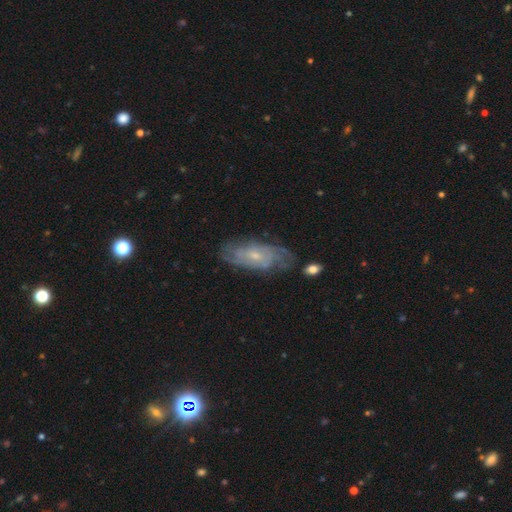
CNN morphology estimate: Smooth or featured? Predicted: featured or disk (p=0.75). Edge-on disk? Predicted: no (p=0.91). Bar? Predicted: no (p=0.68). Spiral arms? Predicted: yes (p=0.89). Spiral winding? Predicted: tight (p=0.60). Spiral arm count? Predicted: can't tell (p=0.52). Bulge size? Predicted: small (p=0.65). Merging? Predicted: none (p=0.71).